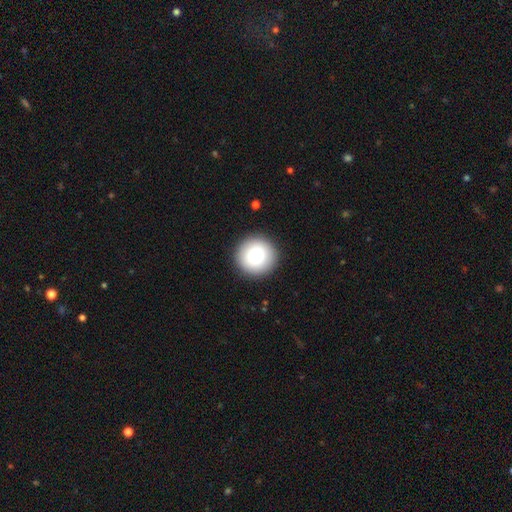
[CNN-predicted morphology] smooth-or-featured: smooth: 80% | featured or disk: 11% | star or artifact: 9%
  how-rounded: round: 95% | in between: 4% | cigar-shaped: 1%
  merging: none: 92% | minor disturbance: 5% | major disturbance: 2% | merger: 1%